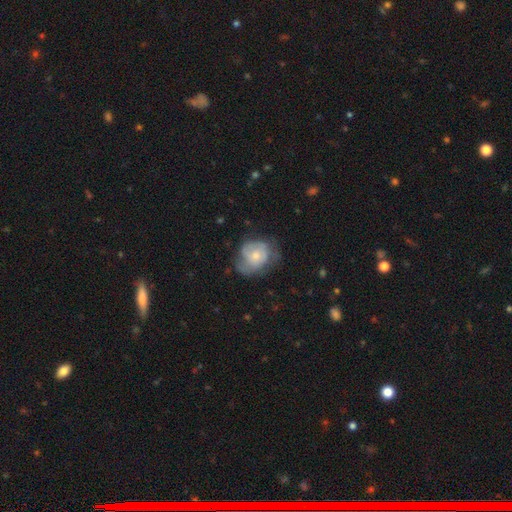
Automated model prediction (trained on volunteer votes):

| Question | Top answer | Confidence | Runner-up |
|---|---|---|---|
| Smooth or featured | featured or disk | 48% | smooth (45%) |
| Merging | none | 44% | minor disturbance (32%) |